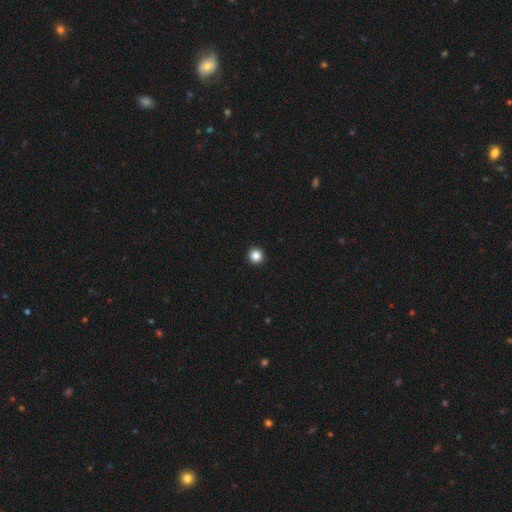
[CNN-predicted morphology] A smooth galaxy with no disk features (85%) that is round (96%). Merging: none (95%).